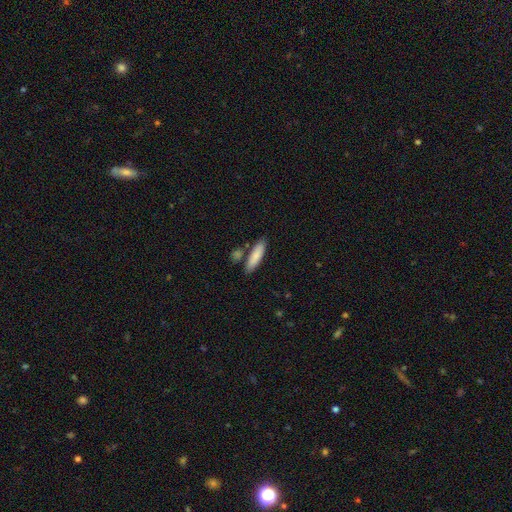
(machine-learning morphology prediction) This appears to be a smooth galaxy with no disk features (84%) that is cigar-shaped (66%). Merging: none (77%).